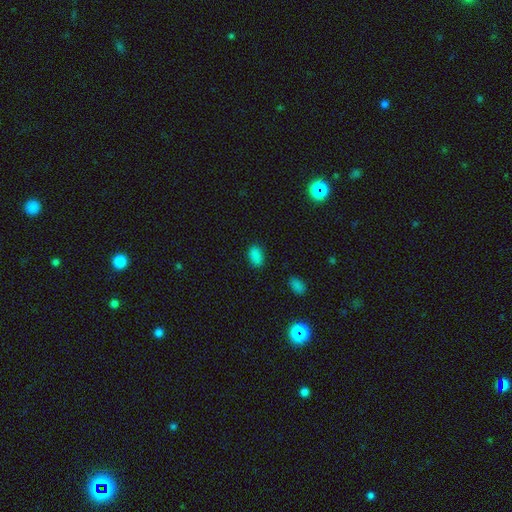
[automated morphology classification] Smooth or featured? Predicted: smooth (p=0.86). How rounded? Predicted: in between (p=0.91). Merging? Predicted: none (p=0.85).